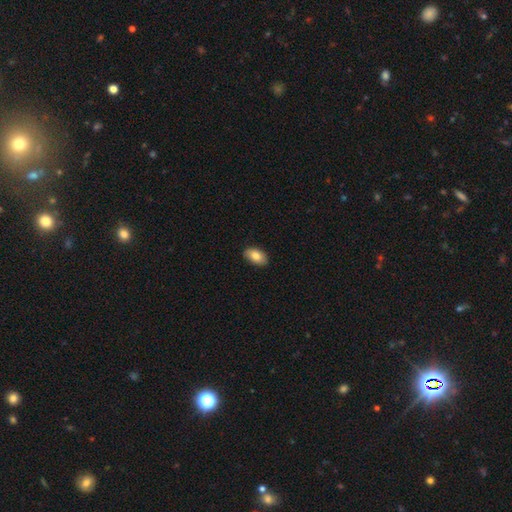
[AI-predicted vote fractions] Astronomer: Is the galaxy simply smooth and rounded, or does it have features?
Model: smooth — 83%.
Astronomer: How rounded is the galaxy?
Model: in between — 92%.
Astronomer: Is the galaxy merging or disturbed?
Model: none — 87%.